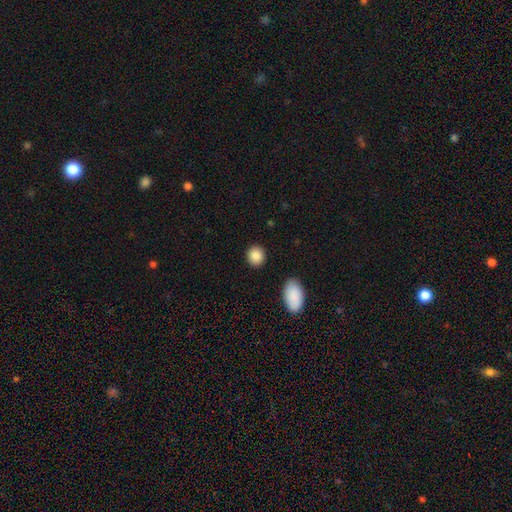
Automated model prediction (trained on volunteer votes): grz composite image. It shows a smooth galaxy with no disk features (88%) that is round (76%). Merging: none (89%).